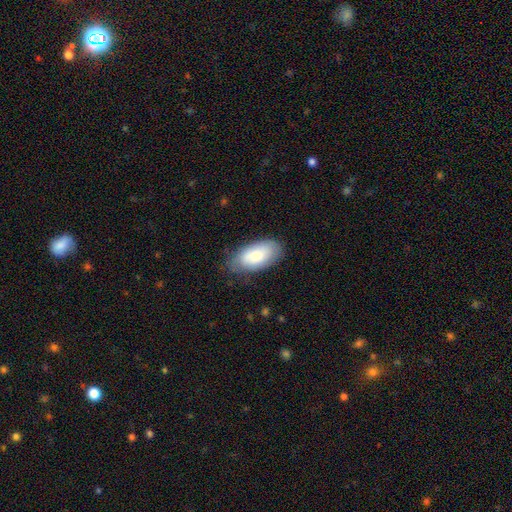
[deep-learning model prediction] The model was most divided on "merging": none: 75%, minor disturbance: 19%, major disturbance: 5%, merger: 1%. More confident: how rounded — in between (94%); smooth or featured — smooth (79%).